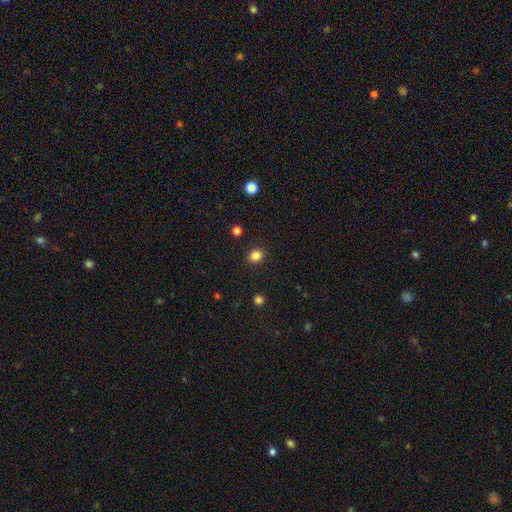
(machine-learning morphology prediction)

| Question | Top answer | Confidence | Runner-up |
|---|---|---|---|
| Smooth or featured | smooth | 84% | star or artifact (12%) |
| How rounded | round | 67% | in between (32%) |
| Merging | none | 90% | minor disturbance (7%) |